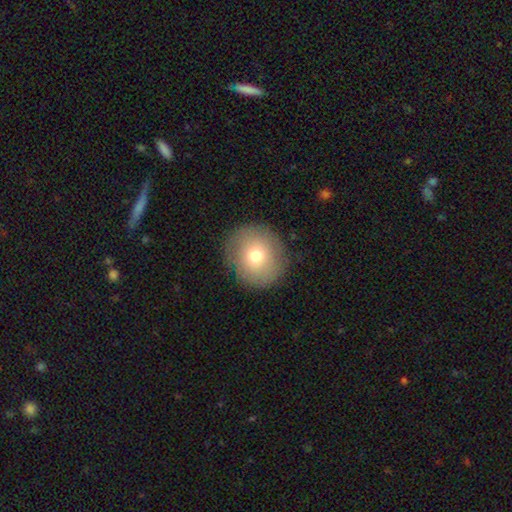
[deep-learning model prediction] smooth 74%, featured or disk 17%, star or artifact 9%. Down the decision tree: how rounded — round (89%); merging — none (87%).